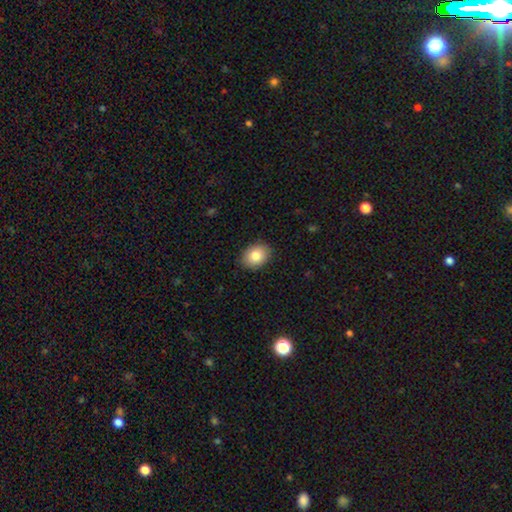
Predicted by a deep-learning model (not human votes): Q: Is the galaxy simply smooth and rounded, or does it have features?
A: smooth — 82%.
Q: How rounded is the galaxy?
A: in between — 65%.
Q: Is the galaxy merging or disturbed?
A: none — 88%.